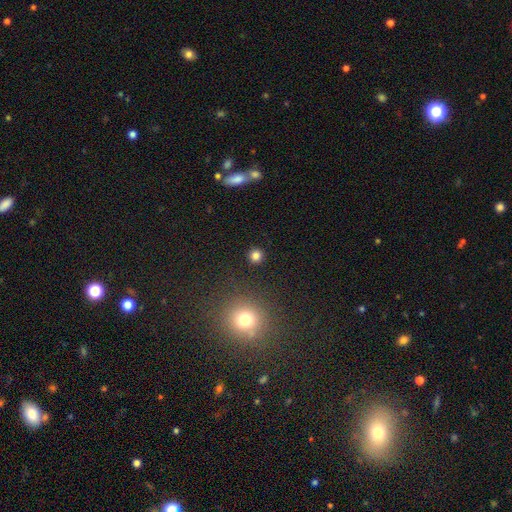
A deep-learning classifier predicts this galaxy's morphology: This appears to be a smooth galaxy with no disk features (81%) that is round (93%). Merging: none (90%).